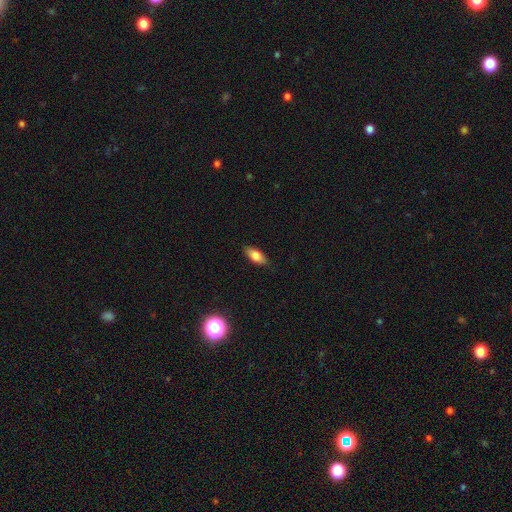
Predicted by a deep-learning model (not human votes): smooth 79%, featured or disk 14%, star or artifact 8%. Down the decision tree: how rounded — in between (84%); merging — none (86%).